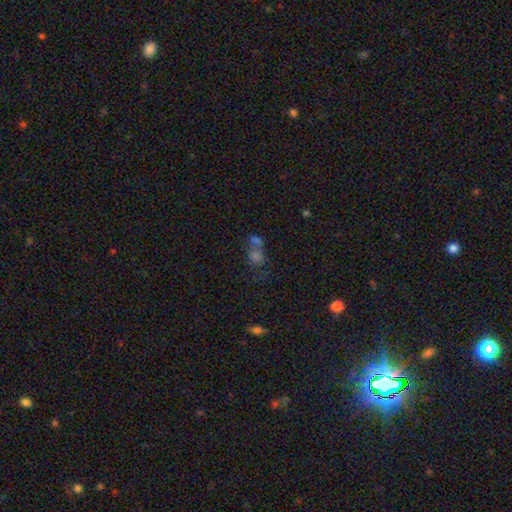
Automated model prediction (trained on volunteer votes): Smooth or featured?
  - smooth: 57% *
  - star or artifact: 27%
  - featured or disk: 15%
How rounded?
  - round: 60% *
  - in between: 37%
  - cigar-shaped: 3%
Merging?
  - merger: 47% *
  - none: 34%
  - minor disturbance: 10%
  - major disturbance: 9%